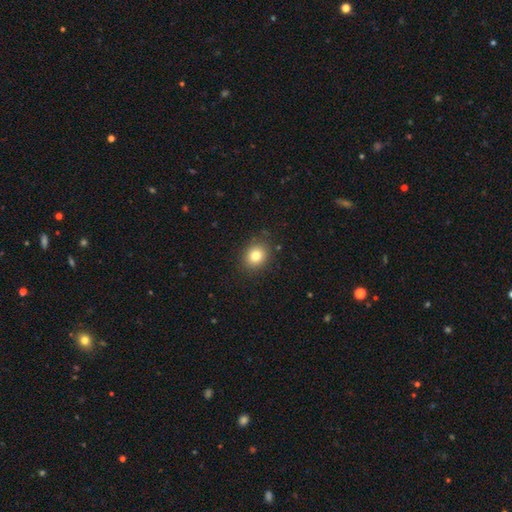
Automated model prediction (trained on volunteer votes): This appears to be a smooth galaxy with no disk features (80%) that is round (65%). Merging: none (87%).